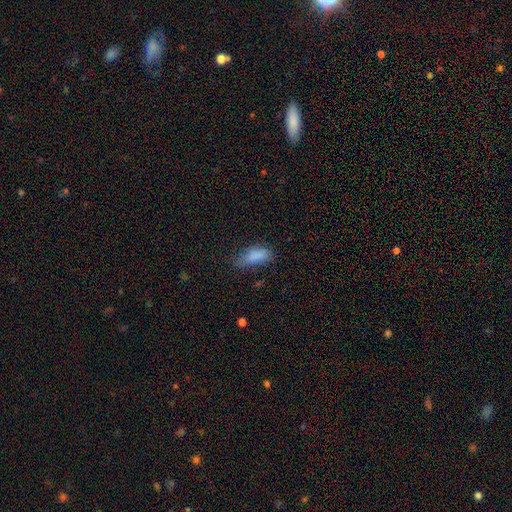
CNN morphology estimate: Smooth or featured?
  - smooth: 83% *
  - star or artifact: 10%
  - featured or disk: 8%
How rounded?
  - in between: 87% *
  - cigar-shaped: 10%
  - round: 3%
Merging?
  - none: 52% *
  - minor disturbance: 33%
  - major disturbance: 13%
  - merger: 2%